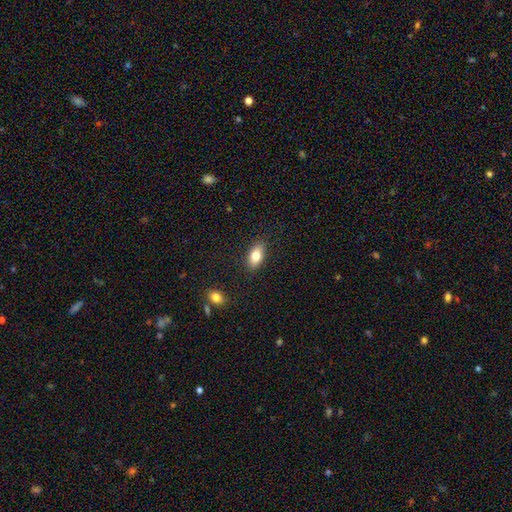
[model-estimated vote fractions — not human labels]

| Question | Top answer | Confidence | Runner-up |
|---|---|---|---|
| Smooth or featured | smooth | 80% | featured or disk (13%) |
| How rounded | in between | 88% | cigar-shaped (8%) |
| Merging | none | 87% | minor disturbance (10%) |